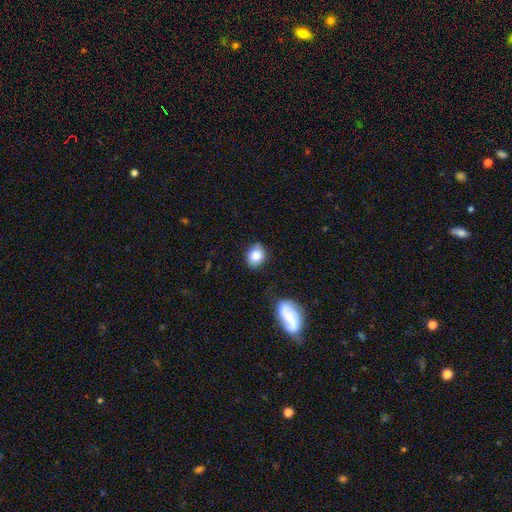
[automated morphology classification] smooth 82%, featured or disk 10%, star or artifact 8%. Down the decision tree: how rounded — in between (55%); merging — none (76%).